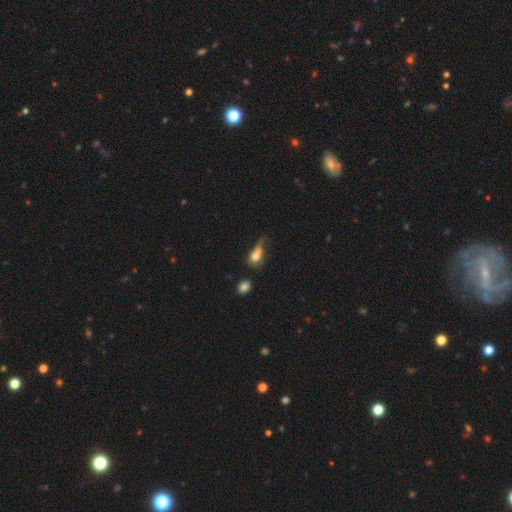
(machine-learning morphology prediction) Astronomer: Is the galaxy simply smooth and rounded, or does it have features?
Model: smooth — 69%.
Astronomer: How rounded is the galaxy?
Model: in between — 58% (runner-up: round, 35%).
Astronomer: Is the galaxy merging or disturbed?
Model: major disturbance — 39% (runner-up: minor disturbance, 23%).